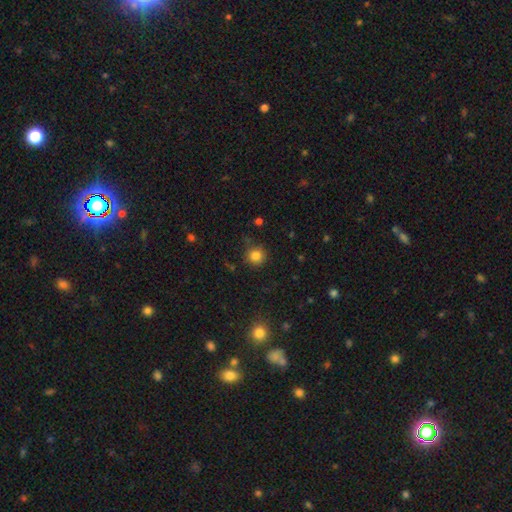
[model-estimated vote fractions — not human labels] Q: Smooth or featured?
A: smooth (82%); runner-up: star or artifact (13%)
Q: How rounded?
A: round (93%); runner-up: in between (6%)
Q: Merging?
A: none (84%); runner-up: minor disturbance (11%)